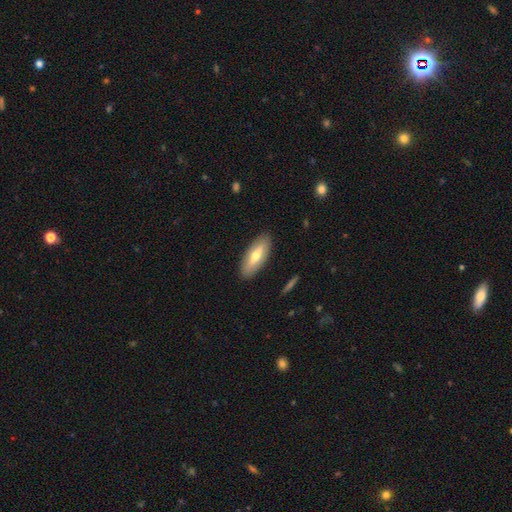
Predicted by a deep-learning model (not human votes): This appears to be a smooth galaxy with no disk features (58%) that is in between round and cigar-shaped (74%). Merging: none (88%).